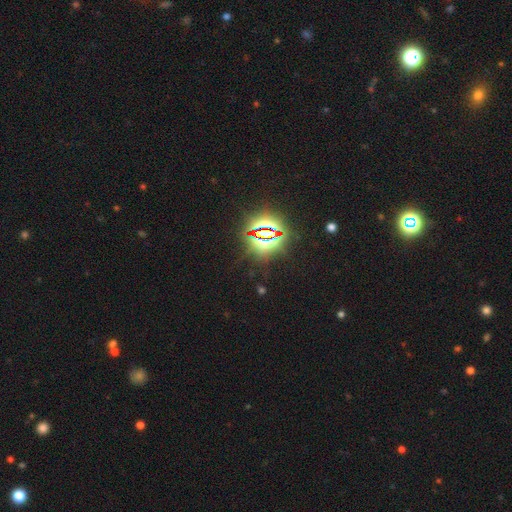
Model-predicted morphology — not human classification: Smooth or featured? Predicted: star or artifact (p=0.85).